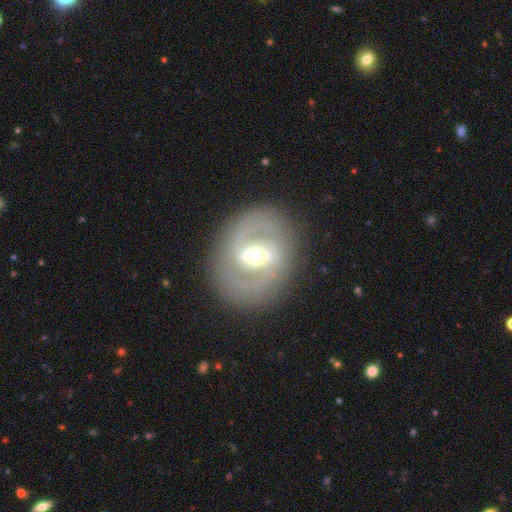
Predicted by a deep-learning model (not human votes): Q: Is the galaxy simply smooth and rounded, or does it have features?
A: featured or disk — 79%.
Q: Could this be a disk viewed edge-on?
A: no — 96%.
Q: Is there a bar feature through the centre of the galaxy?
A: weak — 45%.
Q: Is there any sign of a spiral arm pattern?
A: yes — 78%.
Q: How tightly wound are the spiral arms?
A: tight — 42%.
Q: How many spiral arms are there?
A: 2 — 81%.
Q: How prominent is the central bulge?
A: moderate — 66%.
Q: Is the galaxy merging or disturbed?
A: none — 83%.